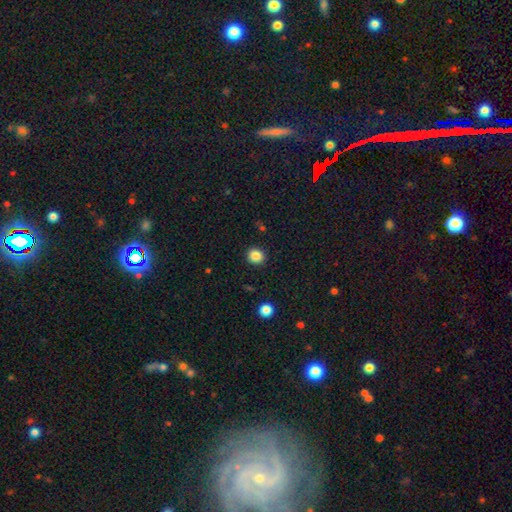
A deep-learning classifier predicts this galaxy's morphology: smooth-or-featured: smooth: 85% | star or artifact: 11% | featured or disk: 4%
  how-rounded: round: 86% | in between: 13% | cigar-shaped: 1%
  merging: none: 91% | minor disturbance: 6% | major disturbance: 2% | merger: 1%